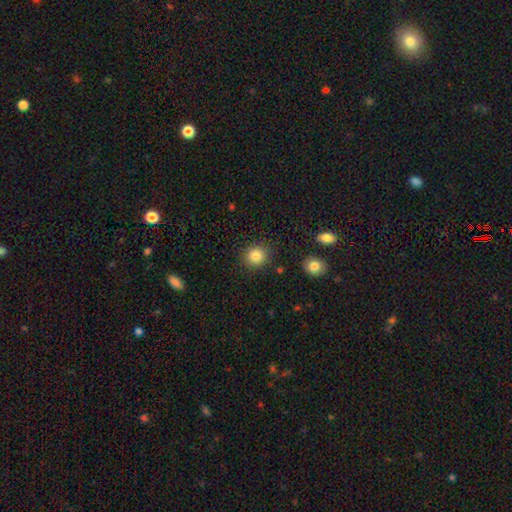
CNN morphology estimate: A smooth galaxy with no disk features (85%) that is round (86%). Merging: none (88%).